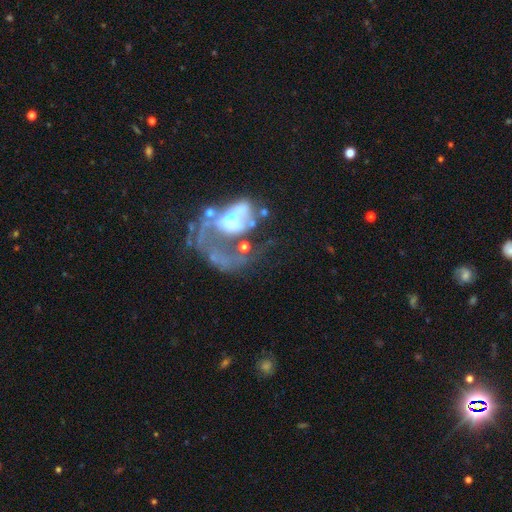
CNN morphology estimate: This is likely a featured or disk galaxy (65%). It is clearly not viewed edge-on (97%). Bar: likely no (71%). Spiral arm pattern: possibly yes (55%). Central bulge: marginally moderate (38%). Merging: marginally major disturbance (44%).